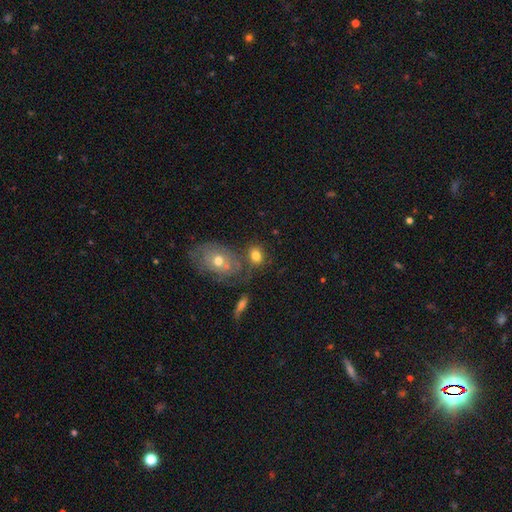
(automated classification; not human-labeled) Smooth or featured?
  - smooth: 75% *
  - featured or disk: 15%
  - star or artifact: 10%
How rounded?
  - round: 49% * (tied)
  - in between: 49% * (tied)
  - cigar-shaped: 2%
Merging?
  - none: 55% *
  - merger: 24%
  - minor disturbance: 15%
  - major disturbance: 7%